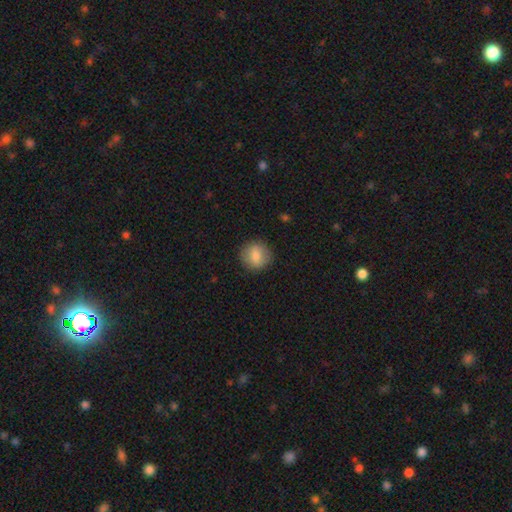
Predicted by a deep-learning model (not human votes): smooth-or-featured: smooth: 81% | featured or disk: 12% | star or artifact: 8%
  how-rounded: round: 90% | in between: 9% | cigar-shaped: 1%
  merging: none: 88% | minor disturbance: 9% | major disturbance: 3% | merger: 1%